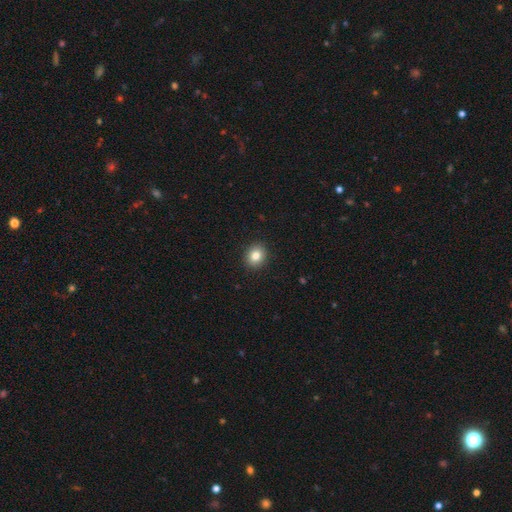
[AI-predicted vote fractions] This appears to be a smooth galaxy with no disk features (83%) that is round (64%). Merging: none (91%).